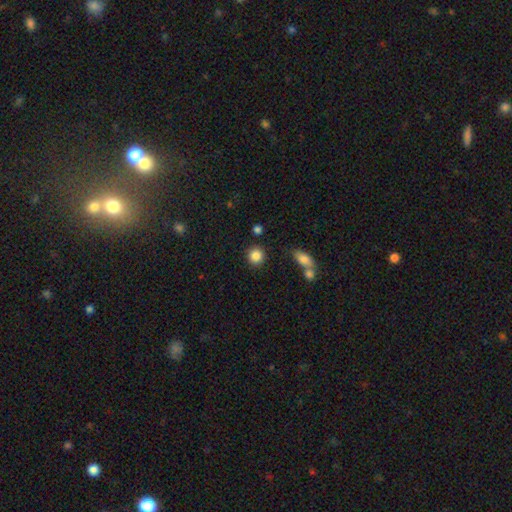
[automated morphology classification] This appears to be a smooth galaxy with no disk features (86%) that is round (90%). Merging: none (84%).